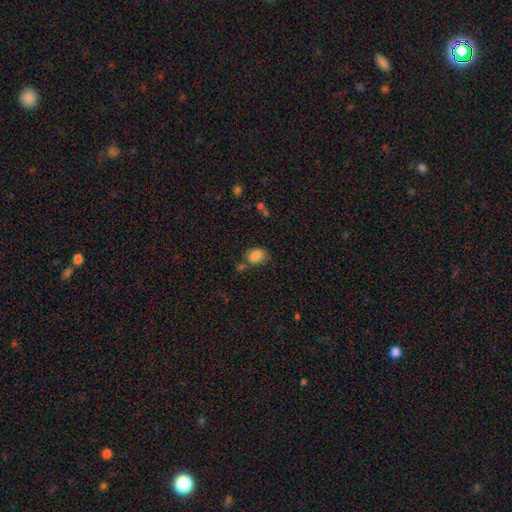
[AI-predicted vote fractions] smooth_or_featured: smooth (p=0.84) [alt: star or artifact p=0.10]
how_rounded: in between (p=0.63) [alt: round p=0.36]
merging: none (p=0.56) [alt: minor disturbance p=0.22]